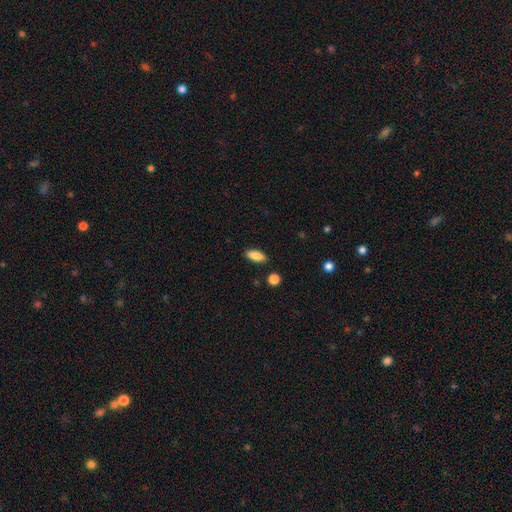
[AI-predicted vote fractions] Smooth or featured: smooth — 85% (featured or disk — 9%)
How rounded: in between — 79% (cigar-shaped — 18%)
Merging: none — 87% (minor disturbance — 9%)